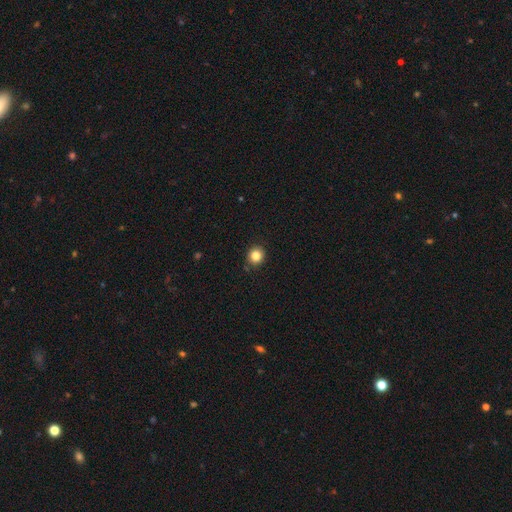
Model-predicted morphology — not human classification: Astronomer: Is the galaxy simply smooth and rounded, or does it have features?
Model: smooth — 84%.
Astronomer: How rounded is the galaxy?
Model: round — 88%.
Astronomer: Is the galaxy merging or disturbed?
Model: none — 89%.